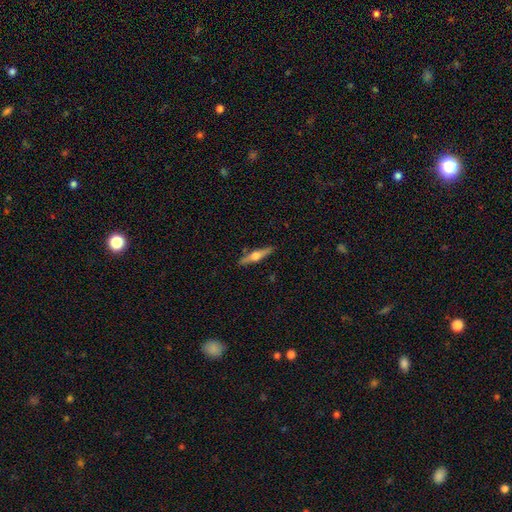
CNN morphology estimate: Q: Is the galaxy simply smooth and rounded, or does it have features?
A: featured or disk — 68%.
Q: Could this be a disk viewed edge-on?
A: yes — 97%.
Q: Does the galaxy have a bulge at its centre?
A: rounded — 94%.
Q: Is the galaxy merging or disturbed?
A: none — 89%.